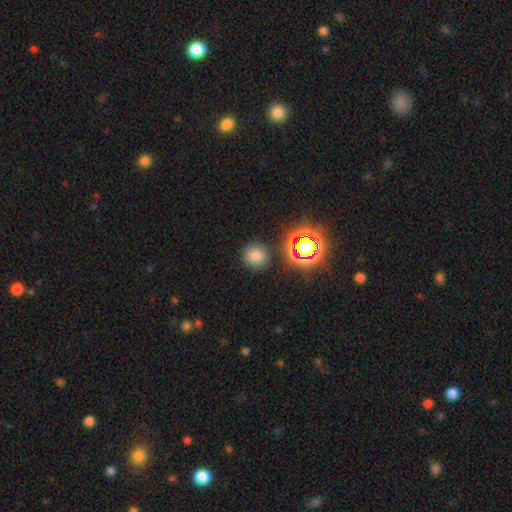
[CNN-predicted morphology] smooth-or-featured: smooth: 72% | star or artifact: 21% | featured or disk: 7%
  how-rounded: round: 90% | in between: 9% | cigar-shaped: 1%
  merging: none: 87% | minor disturbance: 8% | merger: 3% | major disturbance: 3%